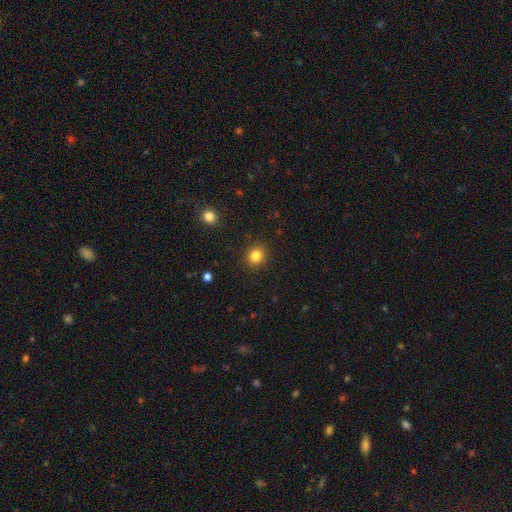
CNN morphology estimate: Q: Smooth or featured?
A: smooth (84%); runner-up: star or artifact (11%)
Q: How rounded?
A: round (76%); runner-up: in between (23%)
Q: Merging?
A: none (89%); runner-up: minor disturbance (7%)